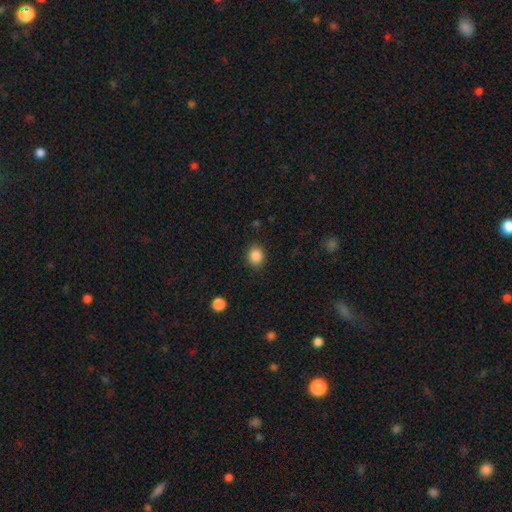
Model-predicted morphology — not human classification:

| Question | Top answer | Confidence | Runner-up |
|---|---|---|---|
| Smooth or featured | smooth | 87% | star or artifact (10%) |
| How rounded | round | 71% | in between (28%) |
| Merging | none | 88% | minor disturbance (8%) |